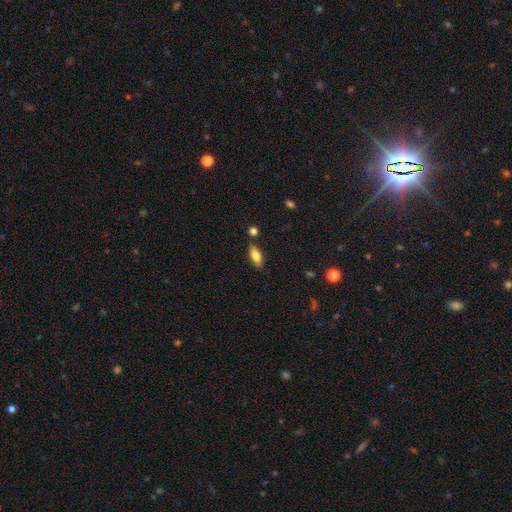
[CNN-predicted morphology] This is likely a smooth galaxy (77%). How rounded: likely in between (78%). Merging: likely none (78%).